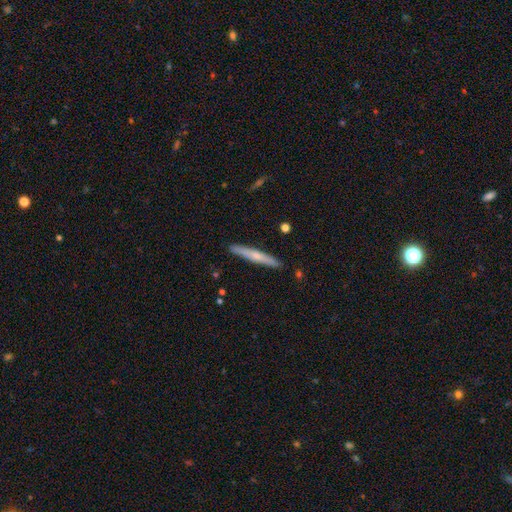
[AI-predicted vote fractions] A smooth galaxy with no disk features (52%) that is cigar-shaped (96%). Merging: none (91%).